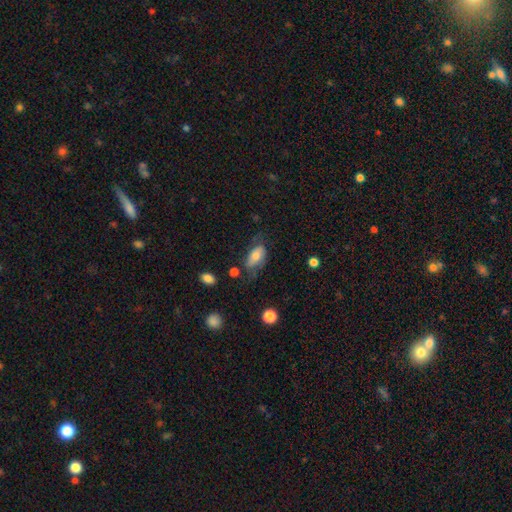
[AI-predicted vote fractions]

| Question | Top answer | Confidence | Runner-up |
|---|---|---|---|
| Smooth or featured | smooth | 64% | featured or disk (28%) |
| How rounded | in between | 89% | cigar-shaped (5%) |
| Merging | none | 50% | minor disturbance (28%) |